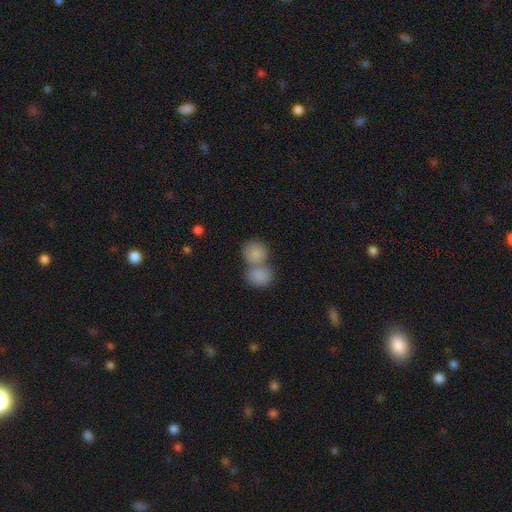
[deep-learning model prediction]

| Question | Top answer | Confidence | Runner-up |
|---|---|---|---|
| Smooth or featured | smooth | 84% | featured or disk (9%) |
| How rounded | round | 65% | in between (34%) |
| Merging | merger | 63% | none (27%) |